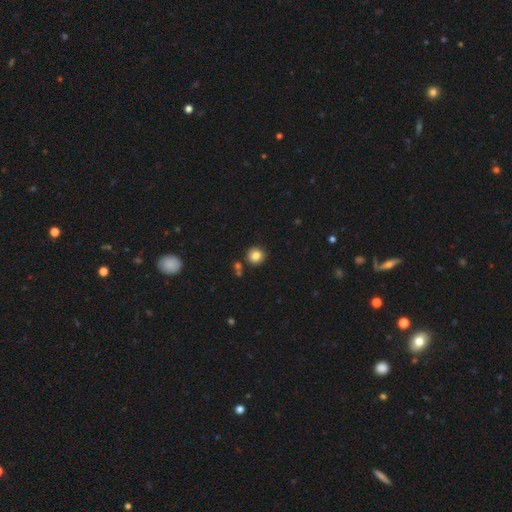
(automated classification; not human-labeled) Q: Smooth or featured?
A: smooth (84%); runner-up: star or artifact (10%)
Q: How rounded?
A: round (90%); runner-up: in between (9%)
Q: Merging?
A: none (85%); runner-up: minor disturbance (8%)